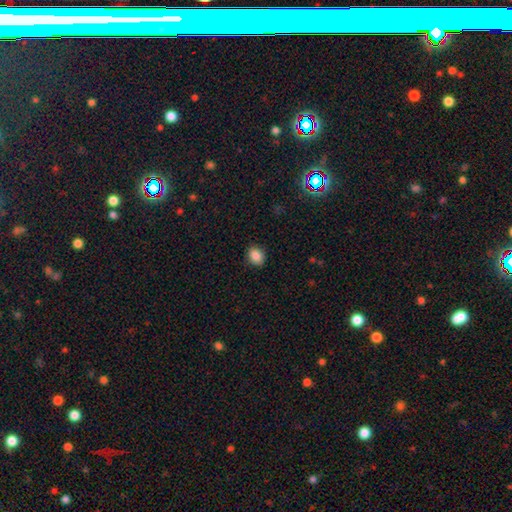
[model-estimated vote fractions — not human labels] A smooth galaxy with no disk features (87%) that is round (56%).

Vote fractions:
- Smooth or featured? smooth: 87% / star or artifact: 9% / featured or disk: 4%
- How rounded? round: 56% / in between: 43% / cigar-shaped: 1%
- Merging? none: 89% / minor disturbance: 8% / major disturbance: 2% / merger: 1%